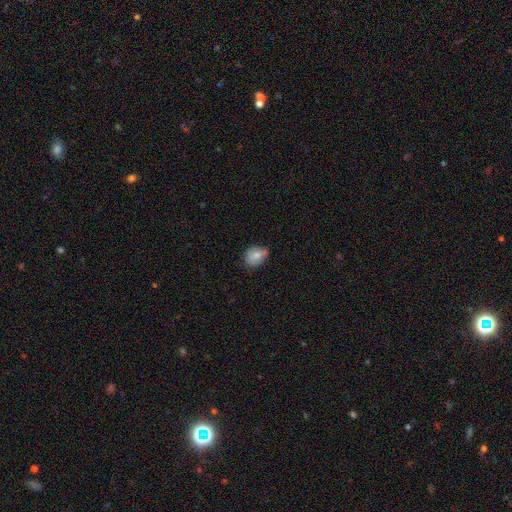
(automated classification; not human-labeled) This is likely a smooth galaxy (74%). How rounded: likely in between (61%). Merging: possibly none (58%).